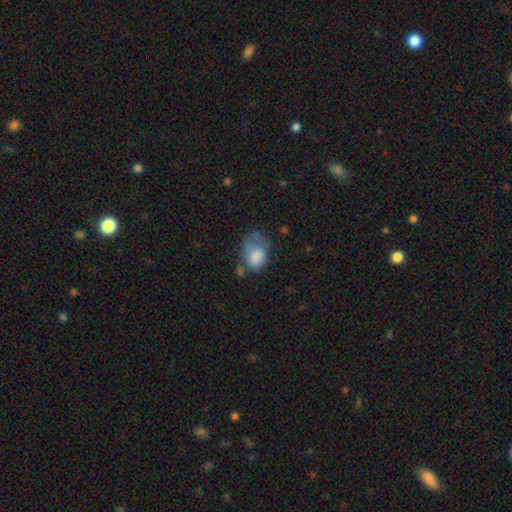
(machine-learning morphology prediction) A smooth galaxy with no disk features (79%) that is in between round and cigar-shaped (79%). Merging: minor disturbance (34%).